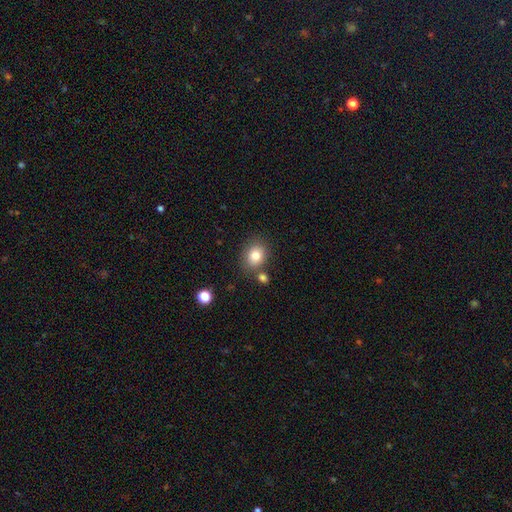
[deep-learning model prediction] Smooth or featured? smooth (80%)
How rounded? round (56%)
Merging? none (73%)